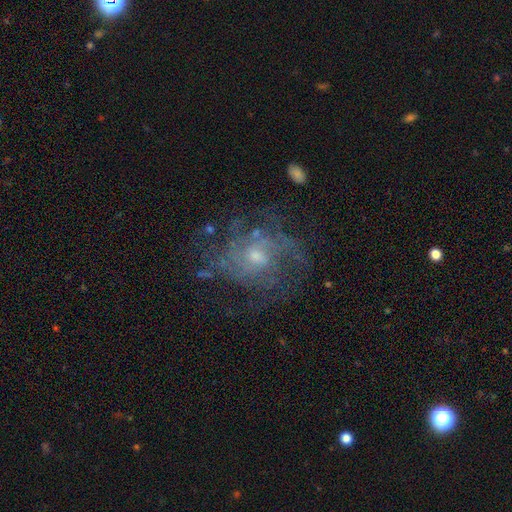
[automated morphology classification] Q: Smooth or featured?
A: featured or disk (73%); runner-up: star or artifact (13%)
Q: Edge-on disk?
A: no (97%); runner-up: yes (3%)
Q: Bar?
A: no (73%); runner-up: weak (23%)
Q: Spiral arms?
A: yes (83%); runner-up: no (17%)
Q: Spiral winding?
A: tight (41%); runner-up: medium (40%)
Q: Spiral arm count?
A: can't tell (46%); runner-up: 2 (16%)
Q: Bulge size?
A: small (48%); runner-up: moderate (45%)
Q: Merging?
A: none (67%); runner-up: minor disturbance (17%)